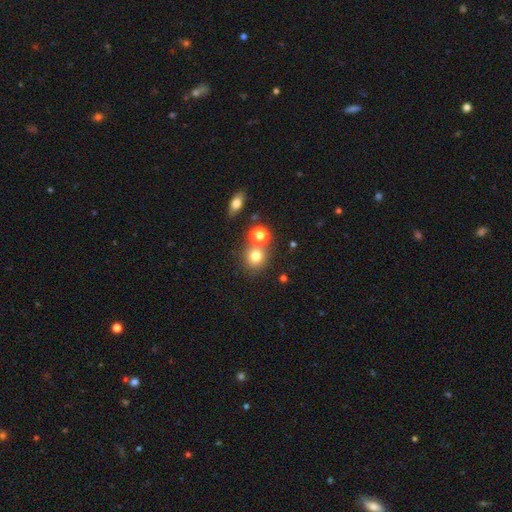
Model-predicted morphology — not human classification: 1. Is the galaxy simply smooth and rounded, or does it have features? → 77% smooth, 14% star or artifact, 9% featured or disk.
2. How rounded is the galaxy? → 85% round, 14% in between, 1% cigar-shaped.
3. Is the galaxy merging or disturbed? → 62% none, 25% merger, 9% minor disturbance, 4% major disturbance.